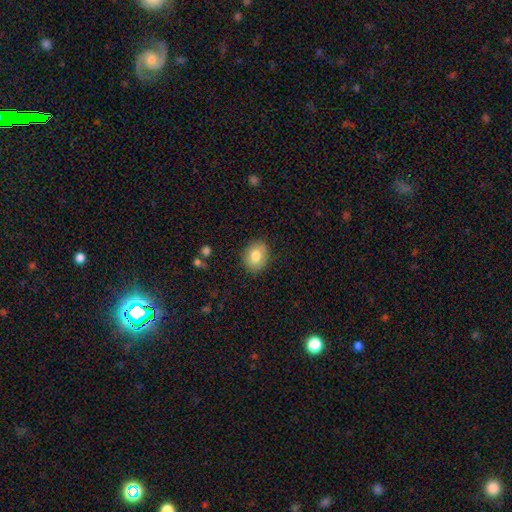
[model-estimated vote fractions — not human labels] This is likely a smooth galaxy (79%). How rounded: possibly round (56%). Merging: clearly none (86%).